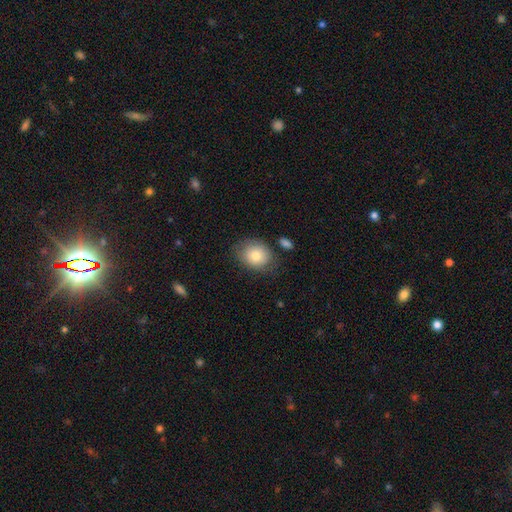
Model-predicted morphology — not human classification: This is likely a smooth galaxy (78%). How rounded: possibly round (55%). Merging: likely none (69%).